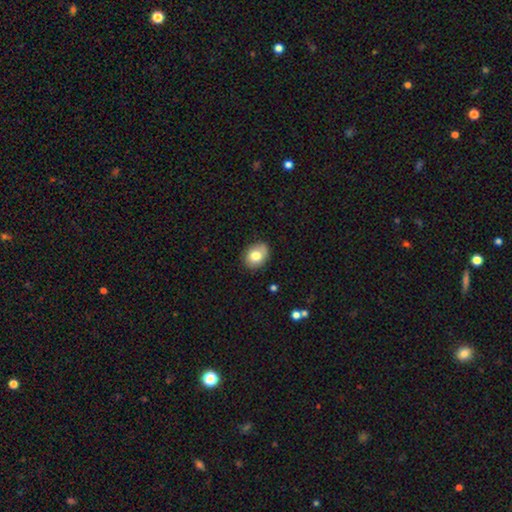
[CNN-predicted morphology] Smooth or featured? Predicted: smooth (p=0.78). How rounded? Predicted: in between (p=0.60). Merging? Predicted: none (p=0.80).